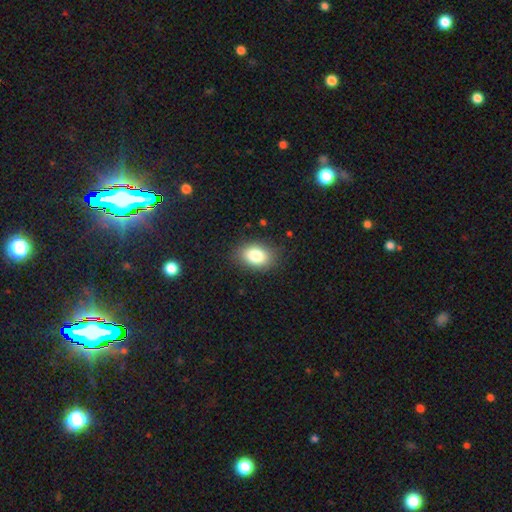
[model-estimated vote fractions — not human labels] Q: Smooth or featured?
A: smooth (83%); runner-up: star or artifact (9%)
Q: How rounded?
A: in between (81%); runner-up: round (18%)
Q: Merging?
A: none (84%); runner-up: minor disturbance (11%)